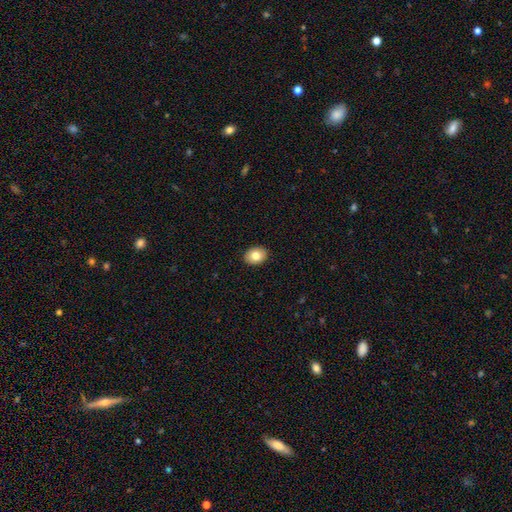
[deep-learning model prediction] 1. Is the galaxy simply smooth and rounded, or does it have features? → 81% smooth, 11% featured or disk, 8% star or artifact.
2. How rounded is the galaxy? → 70% in between, 29% round, 1% cigar-shaped.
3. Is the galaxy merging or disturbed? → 91% none, 6% minor disturbance, 2% major disturbance, 1% merger.